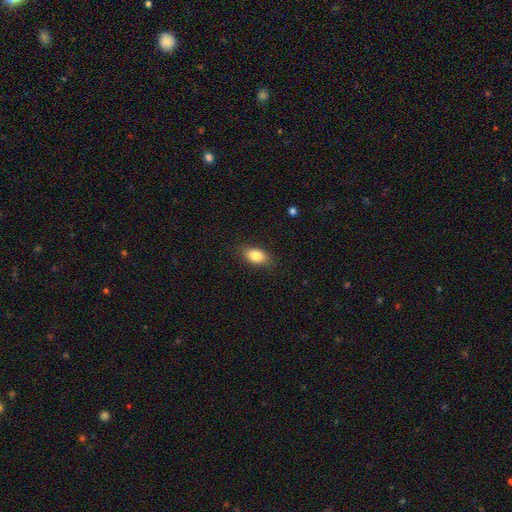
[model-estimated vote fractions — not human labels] Morphology: type=smooth (85%); roundness=in between (89%); merging=none (85%).